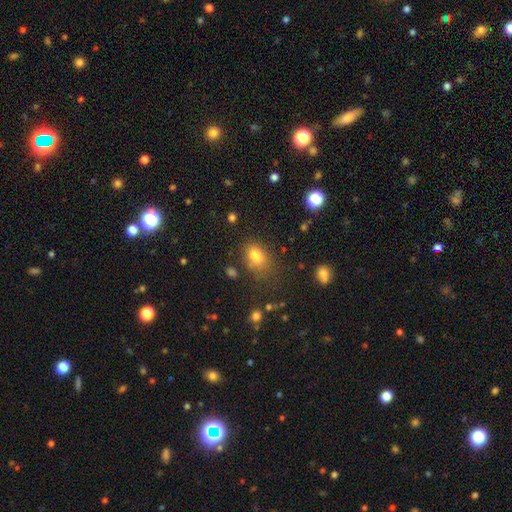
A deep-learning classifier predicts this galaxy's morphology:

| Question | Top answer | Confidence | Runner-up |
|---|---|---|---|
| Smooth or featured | smooth | 72% | star or artifact (15%) |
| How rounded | in between | 77% | round (20%) |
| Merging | none | 50% | merger (20%) |